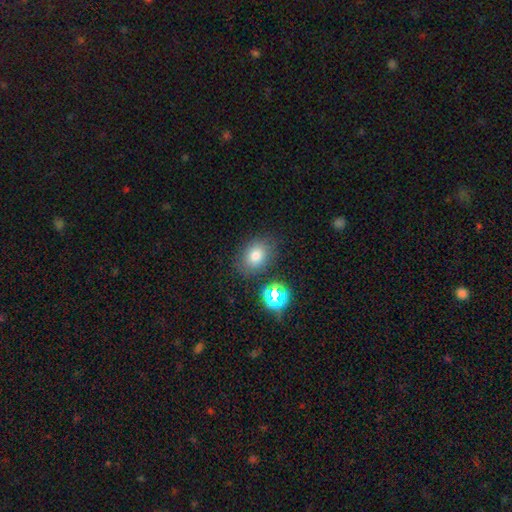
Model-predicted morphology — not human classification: Overall: smooth (74%). How rounded: in between (58%; round 41%). Merging: none (79%).